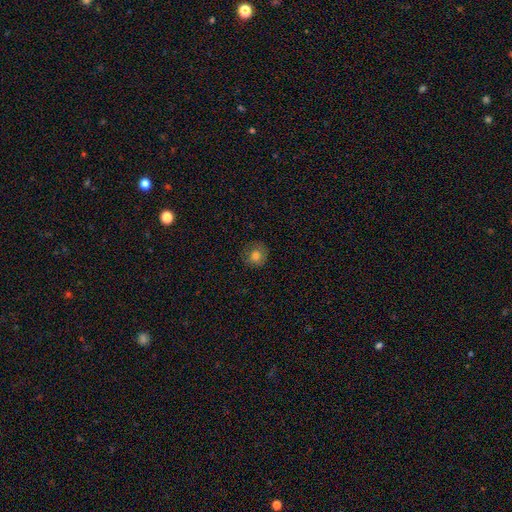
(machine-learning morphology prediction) A smooth galaxy with no disk features (77%) that is round (89%).

Vote fractions:
- Smooth or featured? smooth: 77% / featured or disk: 12% / star or artifact: 11%
- How rounded? round: 89% / in between: 10% / cigar-shaped: 1%
- Merging? none: 80% / minor disturbance: 15% / major disturbance: 4% / merger: 1%